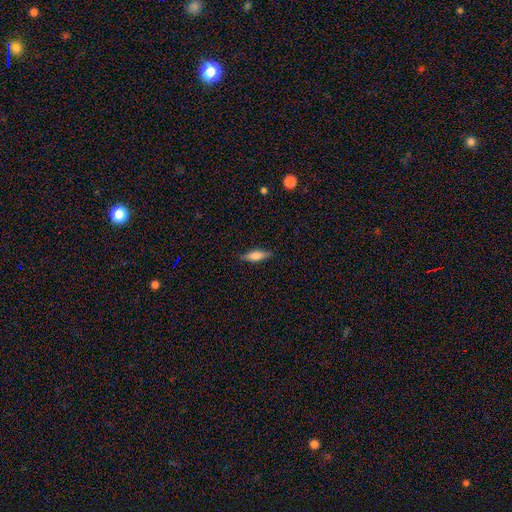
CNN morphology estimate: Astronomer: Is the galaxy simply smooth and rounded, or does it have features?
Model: smooth — 68%.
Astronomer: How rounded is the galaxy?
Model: in between — 54% (runner-up: cigar-shaped, 44%).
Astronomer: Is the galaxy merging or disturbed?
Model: none — 83%.